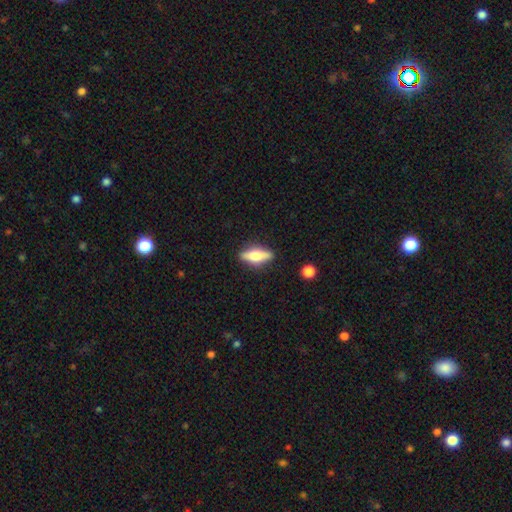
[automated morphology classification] A smooth galaxy with no disk features (47%).

Vote fractions:
- Smooth or featured? smooth: 47% / featured or disk: 46% / star or artifact: 7%
- Merging? none: 86% / minor disturbance: 10% / major disturbance: 2% / merger: 2%